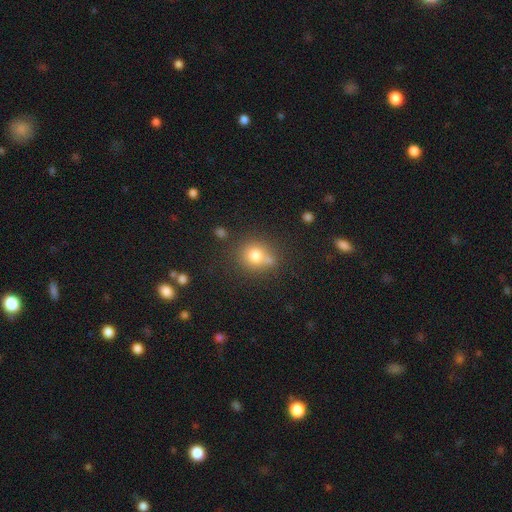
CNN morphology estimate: Q: Smooth or featured?
A: smooth (75%); runner-up: star or artifact (13%)
Q: How rounded?
A: round (80%); runner-up: in between (19%)
Q: Merging?
A: none (60%); runner-up: merger (18%)